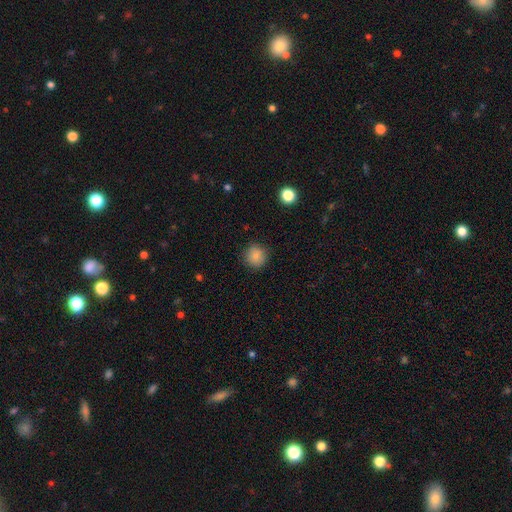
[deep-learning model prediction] Smooth or featured? Predicted: smooth (p=0.84). How rounded? Predicted: round (p=0.93). Merging? Predicted: none (p=0.89).